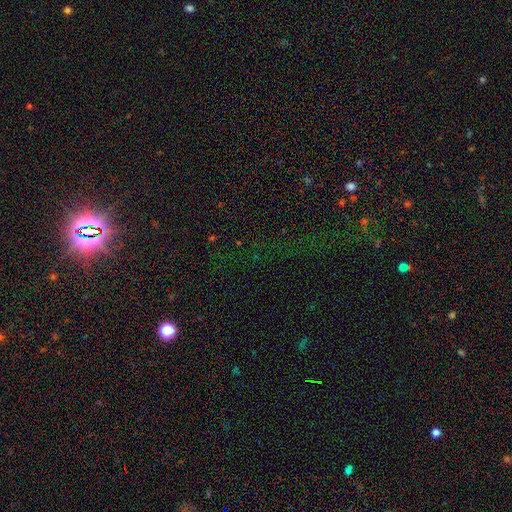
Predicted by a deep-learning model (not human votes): smooth-or-featured: star or artifact: 77% | smooth: 14% | featured or disk: 10%